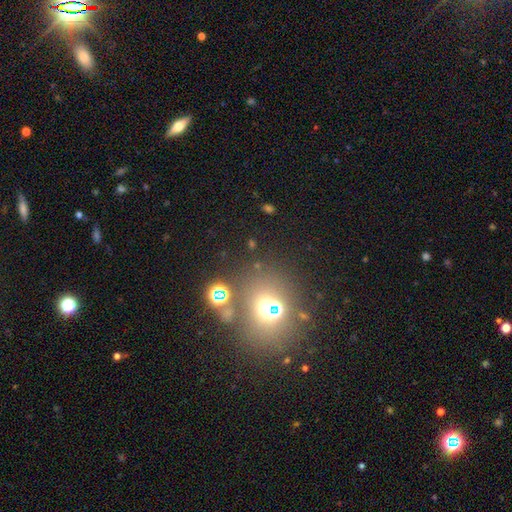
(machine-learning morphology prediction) A smooth galaxy with no disk features (48%).

Vote fractions:
- Smooth or featured? smooth: 48% / star or artifact: 40% / featured or disk: 12%
- Merging? none: 72% / merger: 13% / minor disturbance: 10% / major disturbance: 5%